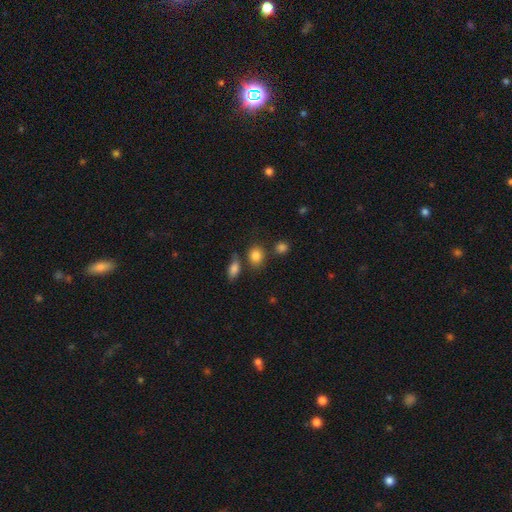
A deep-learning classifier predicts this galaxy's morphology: A smooth galaxy with no disk features (84%) that is round (61%). Merging: none (70%).